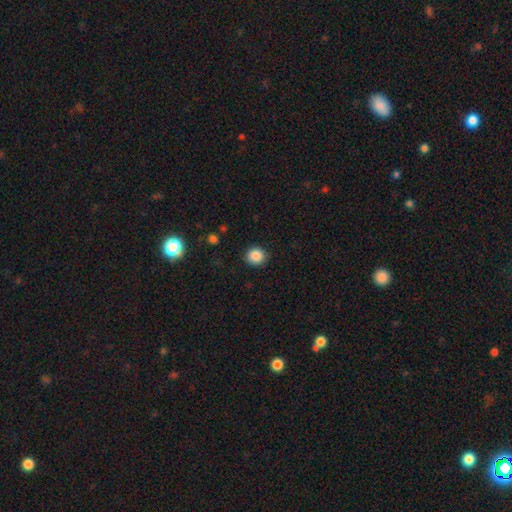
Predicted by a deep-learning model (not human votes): Smooth or featured? Predicted: smooth (p=0.87). How rounded? Predicted: round (p=0.87). Merging? Predicted: none (p=0.89).